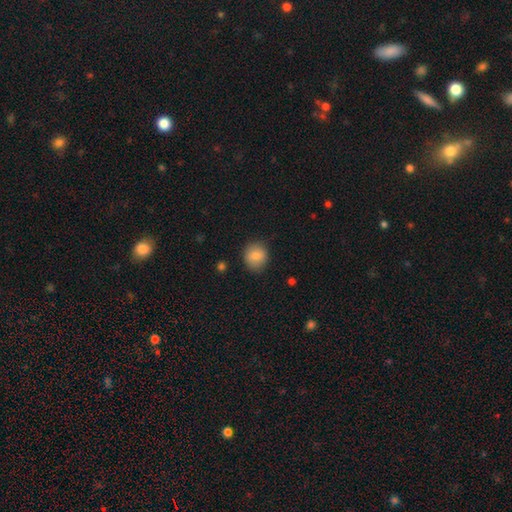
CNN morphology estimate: type=smooth (83%); roundness=round (78%); merging=none (85%).